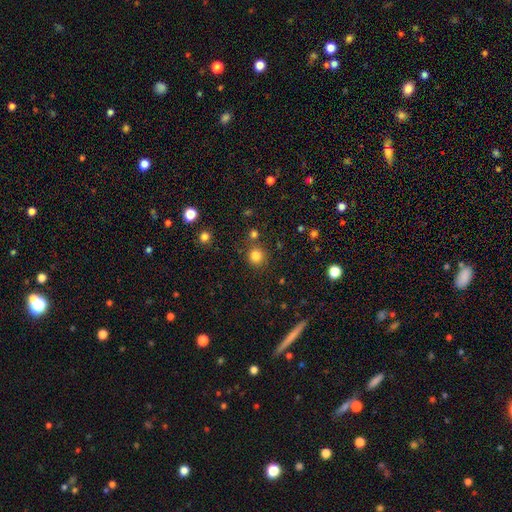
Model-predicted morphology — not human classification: Smooth or featured? smooth (82%)
How rounded? round (91%)
Merging? none (81%)